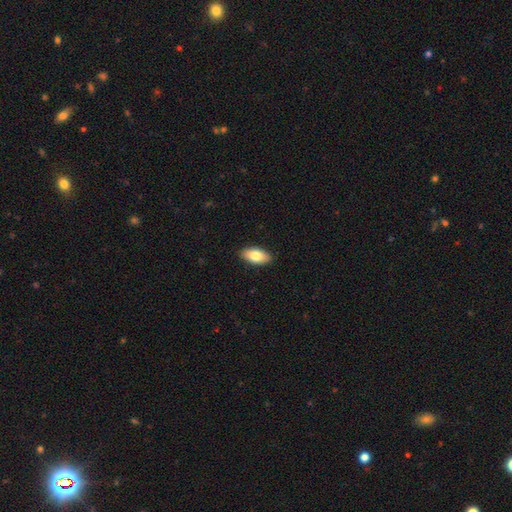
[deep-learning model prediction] The model was most divided on "smooth or featured": smooth: 82%, featured or disk: 12%, star or artifact: 6%. More confident: how rounded — in between (92%); merging — none (89%).